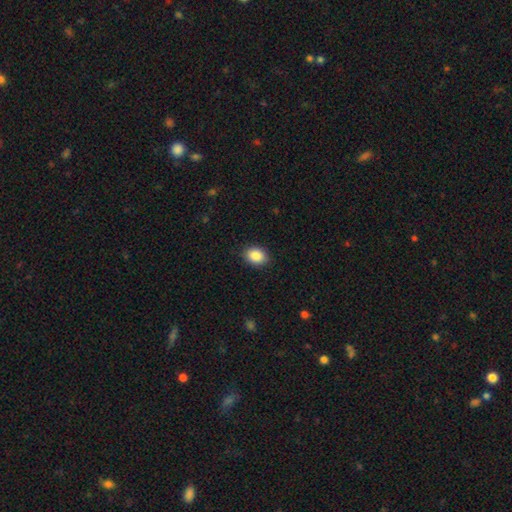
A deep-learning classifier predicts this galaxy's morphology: This appears to be a smooth galaxy with no disk features (88%) that is in between round and cigar-shaped (66%). Merging: none (89%).